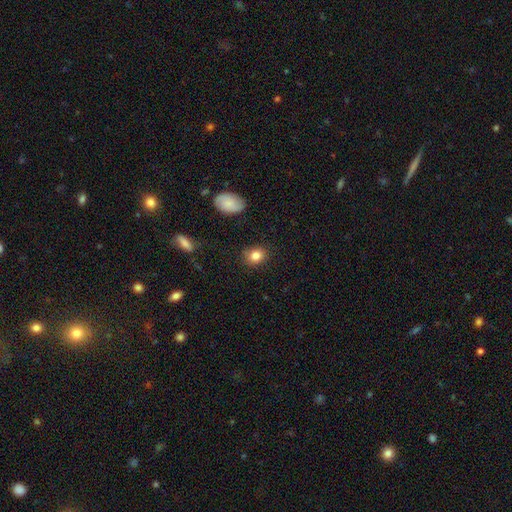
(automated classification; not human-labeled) Smooth or featured: smooth — 83% (star or artifact — 10%)
How rounded: round — 59% (in between — 40%)
Merging: none — 80% (minor disturbance — 15%)